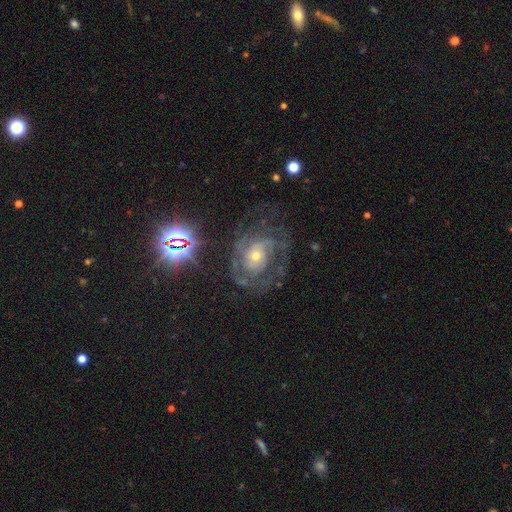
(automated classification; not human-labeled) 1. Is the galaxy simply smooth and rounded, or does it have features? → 80% featured or disk, 12% star or artifact, 9% smooth.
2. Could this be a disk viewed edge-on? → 97% no, 3% yes.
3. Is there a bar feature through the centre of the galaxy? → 73% no, 21% weak, 6% strong.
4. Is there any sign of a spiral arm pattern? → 90% yes, 10% no.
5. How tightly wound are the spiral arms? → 53% tight, 36% medium, 11% loose.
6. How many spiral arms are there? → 36% can't tell, 27% 2, 19% 3, 7% 4, 7% 1, 5% more than 4.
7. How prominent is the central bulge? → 51% small, 43% moderate, 3% large, 1% none, 1% dominant.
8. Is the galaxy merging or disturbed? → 58% none, 21% major disturbance, 18% minor disturbance, 2% merger.